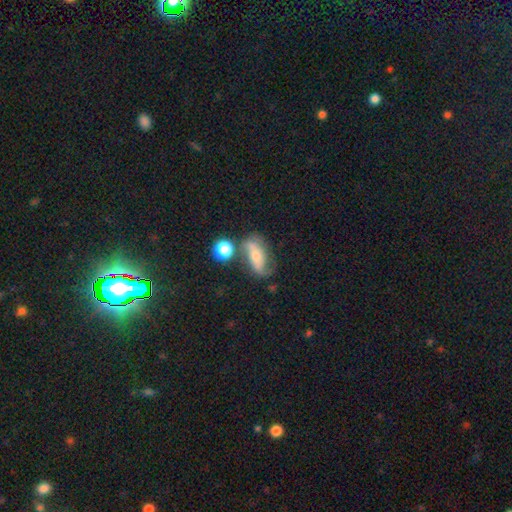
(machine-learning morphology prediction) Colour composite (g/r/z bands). It shows a featured or disk galaxy (54%). Merging: none (50%).